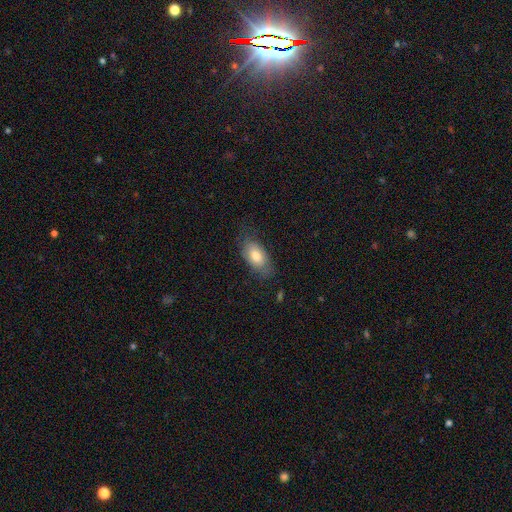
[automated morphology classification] smooth_or_featured: smooth (p=0.77) [alt: featured or disk p=0.17]
how_rounded: in between (p=0.91) [alt: cigar-shaped p=0.05]
merging: none (p=0.68) [alt: minor disturbance p=0.23]